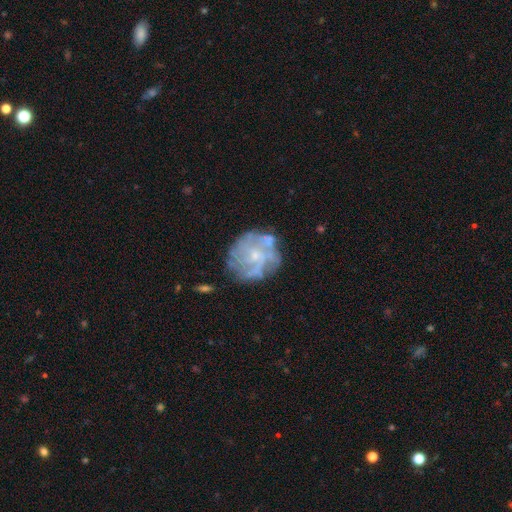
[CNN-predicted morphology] A featured or disk galaxy (74%) with no bar (73%), tight (51%) spiral arms (71%) and a small central bulge (64%).

Vote fractions:
- Smooth or featured? featured or disk: 74% / smooth: 17% / star or artifact: 9%
- Edge-on disk? no: 98% / yes: 2%
- Bar? no: 73% / weak: 23% / strong: 4%
- Spiral arms? yes: 71% / no: 29%
- Spiral winding? tight: 51% / medium: 32% / loose: 17%
- Spiral arm count? can't tell: 48% / 4: 16% / 3: 12% / more than 4: 10% / 2: 8% / 1: 5%
- Bulge size? small: 64% / moderate: 26% / none: 8% / large: 1% / dominant: 1%
- Merging? none: 67% / minor disturbance: 19% / major disturbance: 11% / merger: 4%